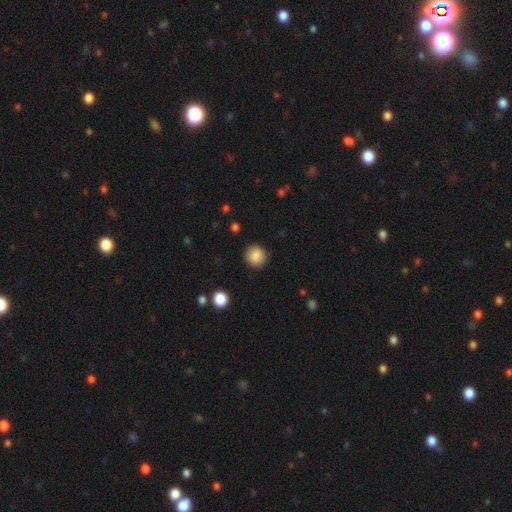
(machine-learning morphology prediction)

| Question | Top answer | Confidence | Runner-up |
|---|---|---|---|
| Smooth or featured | smooth | 88% | star or artifact (9%) |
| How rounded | round | 89% | in between (10%) |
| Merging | none | 89% | minor disturbance (7%) |